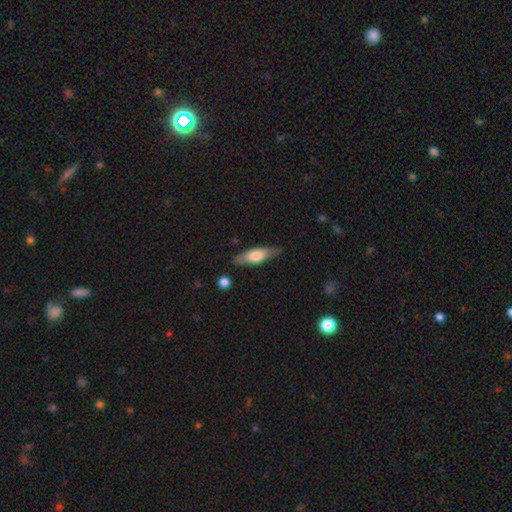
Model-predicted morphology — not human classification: Smooth or featured? Predicted: smooth (p=0.58). How rounded? Predicted: cigar-shaped (p=0.52). Merging? Predicted: none (p=0.80).